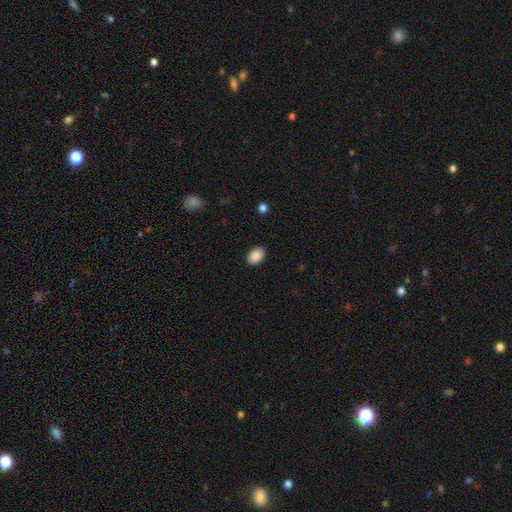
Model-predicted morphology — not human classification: Overall: smooth (89%). How rounded: in between (83%). Merging: none (89%).